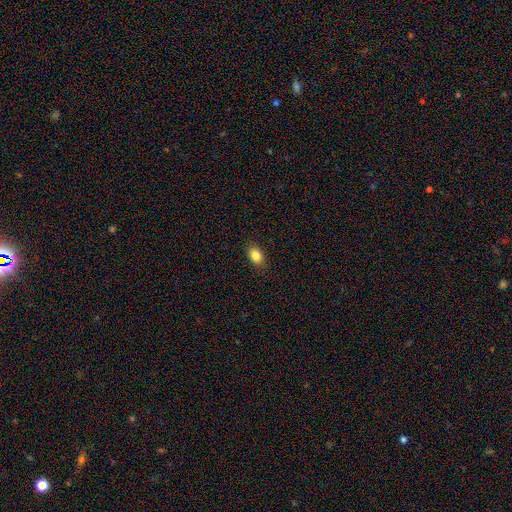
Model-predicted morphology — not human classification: Smooth or featured? smooth (84%)
How rounded? in between (80%)
Merging? none (88%)